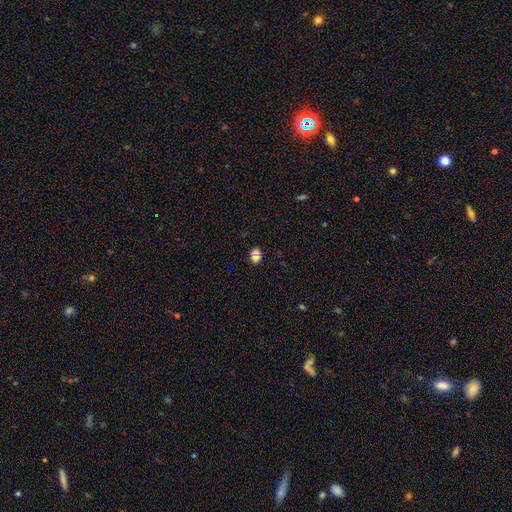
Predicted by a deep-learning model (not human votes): Smooth or featured? smooth (82%)
How rounded? in between (63%)
Merging? none (84%)